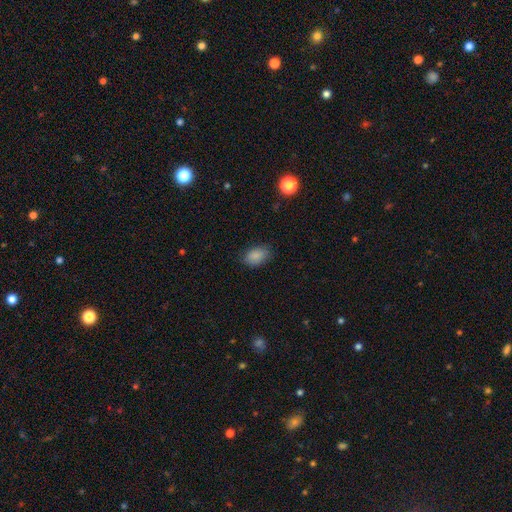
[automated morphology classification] This appears to be a smooth galaxy with no disk features (87%) that is in between round and cigar-shaped (88%). Merging: none (81%).